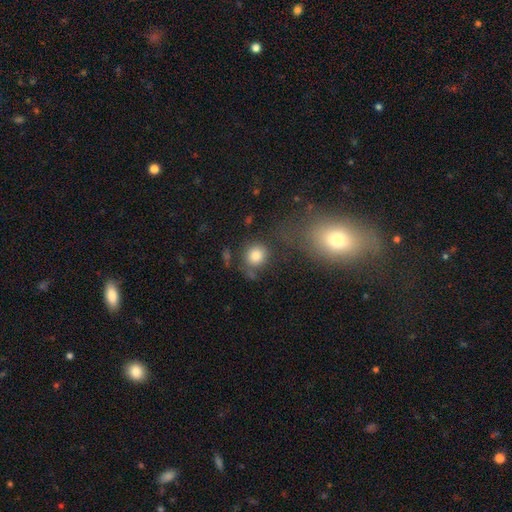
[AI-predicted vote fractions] smooth-or-featured: smooth: 82% | star or artifact: 10% | featured or disk: 7%
  how-rounded: round: 84% | in between: 14% | cigar-shaped: 1%
  merging: none: 65% | minor disturbance: 15% | merger: 13% | major disturbance: 8%